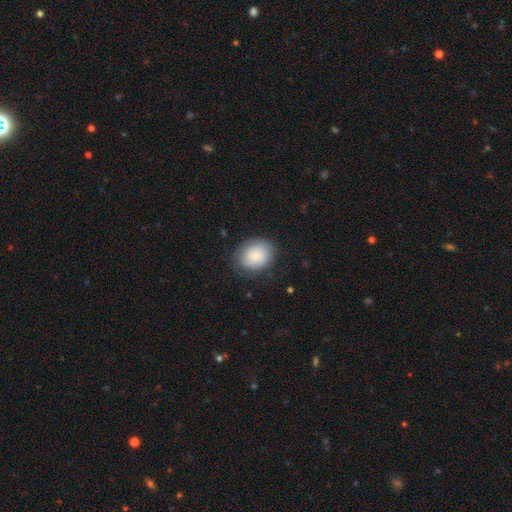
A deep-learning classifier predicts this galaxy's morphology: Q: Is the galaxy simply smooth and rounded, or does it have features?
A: smooth — 74%.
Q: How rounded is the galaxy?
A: round — 53%.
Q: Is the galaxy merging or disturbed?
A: none — 79%.